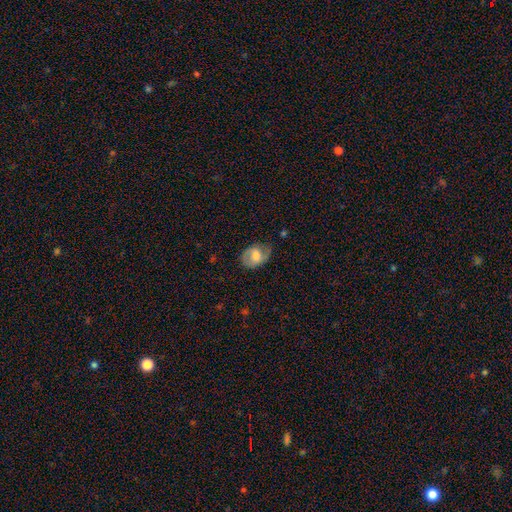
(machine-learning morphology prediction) A smooth galaxy with no disk features (49%). Merging: none (57%).